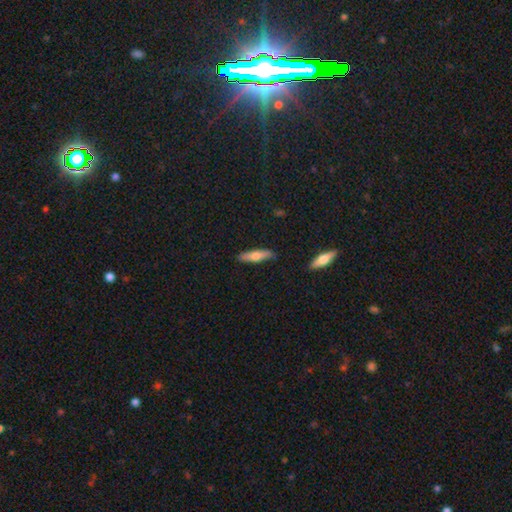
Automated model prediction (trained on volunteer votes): A smooth galaxy with no disk features (66%) that is cigar-shaped (73%).

Vote fractions:
- Smooth or featured? smooth: 66% / featured or disk: 28% / star or artifact: 6%
- How rounded? cigar-shaped: 73% / in between: 26% / round: 2%
- Merging? none: 86% / minor disturbance: 10% / major disturbance: 2% / merger: 2%